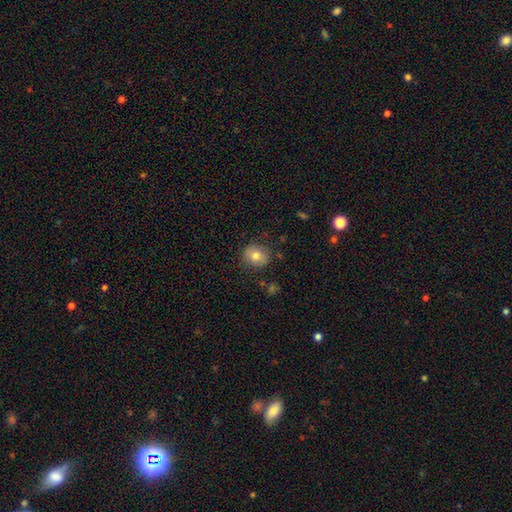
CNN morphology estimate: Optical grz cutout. It shows a smooth galaxy with no disk features (77%) that is round (75%). Merging: none (83%).